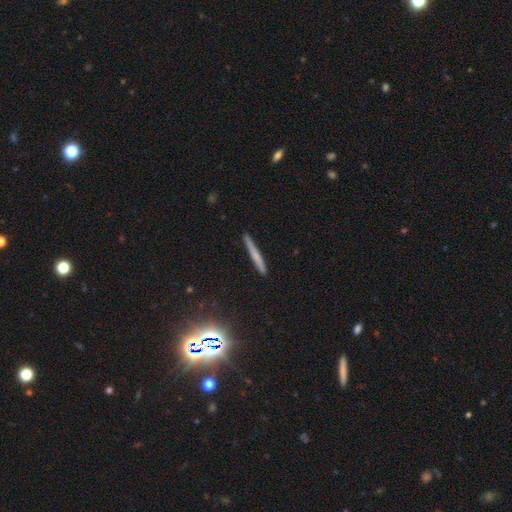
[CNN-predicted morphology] Smooth or featured? Predicted: smooth (p=0.56). How rounded? Predicted: cigar-shaped (p=0.96). Merging? Predicted: none (p=0.88).